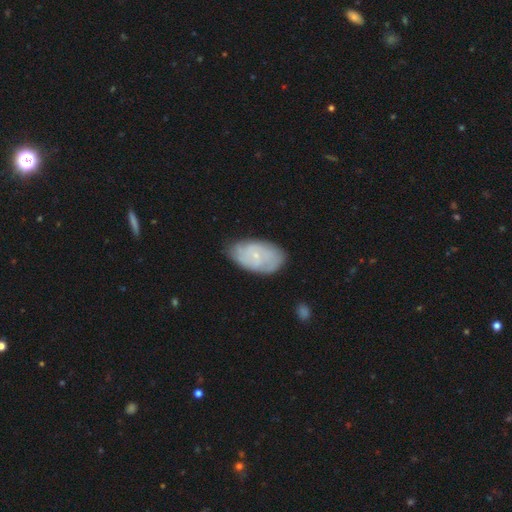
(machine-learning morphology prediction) type=featured or disk (57%); edge-on=no (95%); bar=no (73%); spiral arms=yes (77%); bulge=small (81%); merging=none (70%).